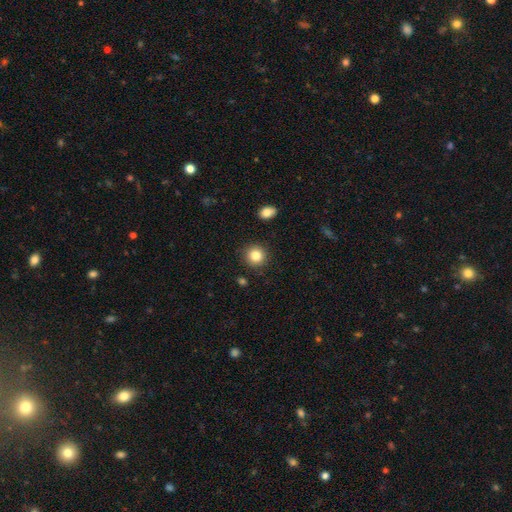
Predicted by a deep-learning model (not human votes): Overall: smooth (84%). How rounded: round (90%). Merging: none (89%).